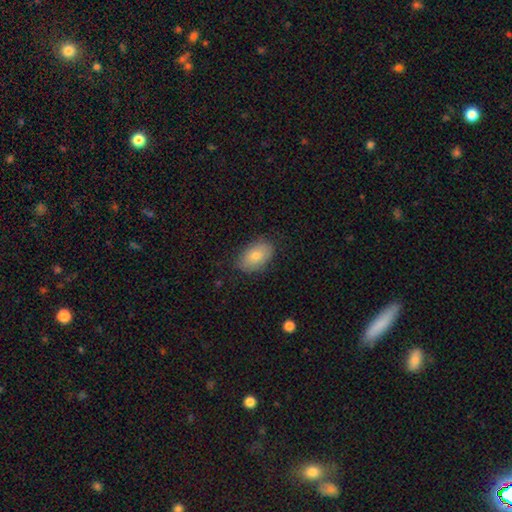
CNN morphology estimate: Smooth or featured?
  - smooth: 77% *
  - featured or disk: 16%
  - star or artifact: 8%
How rounded?
  - in between: 90% *
  - round: 9%
  - cigar-shaped: 1%
Merging?
  - none: 82% *
  - minor disturbance: 14%
  - major disturbance: 3%
  - merger: 1%